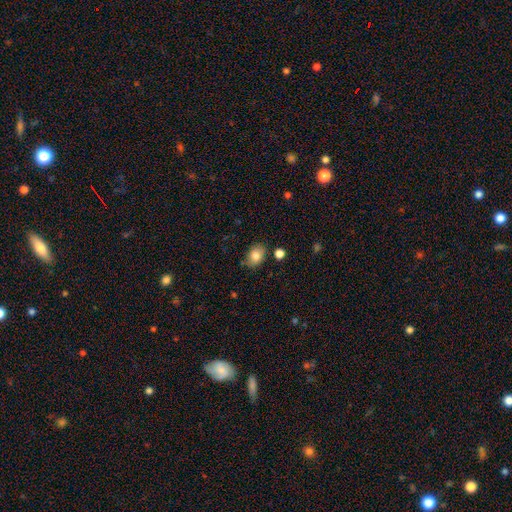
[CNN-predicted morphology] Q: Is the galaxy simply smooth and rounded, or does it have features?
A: smooth — 82%.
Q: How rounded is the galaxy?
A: in between — 77%.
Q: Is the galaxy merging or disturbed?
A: none — 77%.